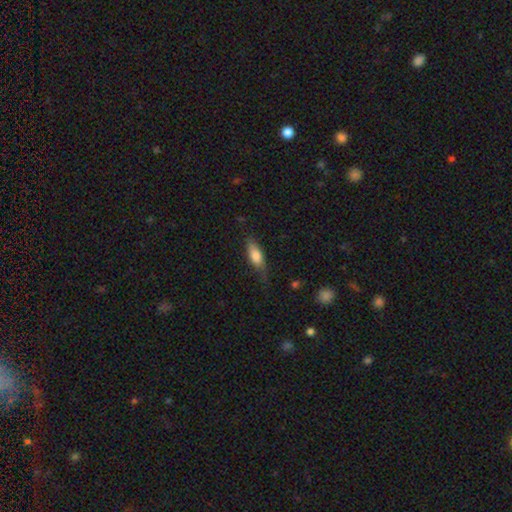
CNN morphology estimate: Q: Smooth or featured?
A: smooth (75%); runner-up: featured or disk (18%)
Q: How rounded?
A: in between (65%); runner-up: cigar-shaped (33%)
Q: Merging?
A: none (58%); runner-up: minor disturbance (31%)